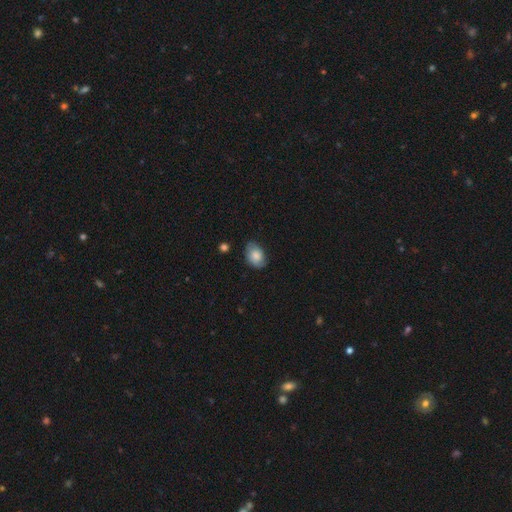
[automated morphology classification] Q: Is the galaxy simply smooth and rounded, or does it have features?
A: smooth — 71%.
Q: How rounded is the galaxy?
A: in between — 80%.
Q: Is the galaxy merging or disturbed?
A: none — 71%.